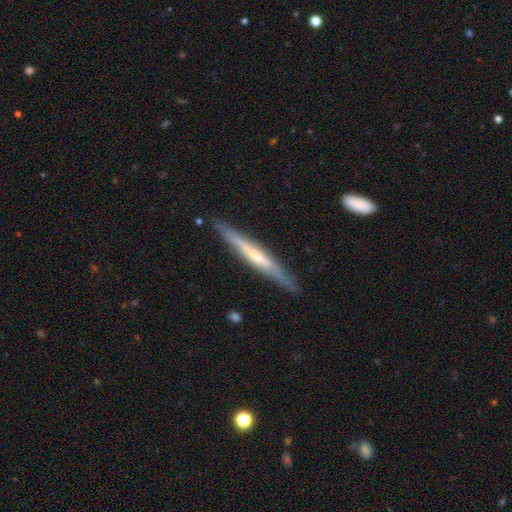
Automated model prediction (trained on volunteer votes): This is likely a featured or disk galaxy (63%). It is clearly viewed edge-on (94%). Edge-on bulge: marginally rounded (43%). Merging: clearly none (86%).